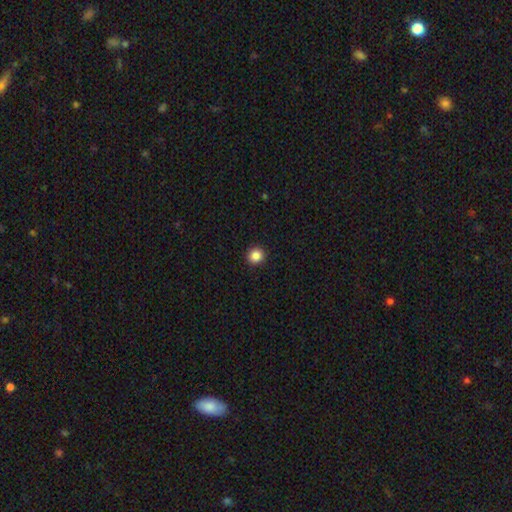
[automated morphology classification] The model was most divided on "smooth or featured": smooth: 86%, star or artifact: 10%, featured or disk: 3%. More confident: merging — none (93%); how rounded — round (90%).